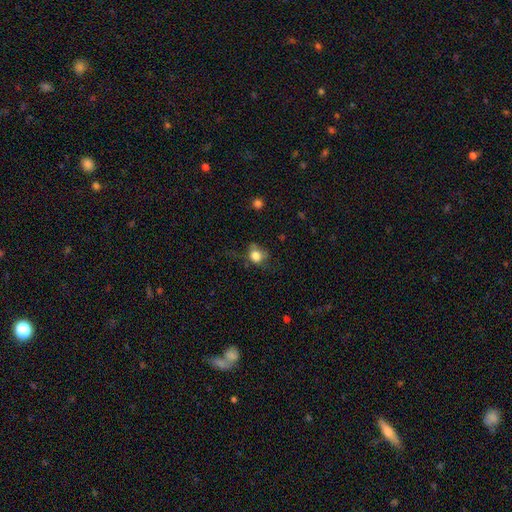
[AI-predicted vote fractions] smooth 77%, featured or disk 12%, star or artifact 11%. Down the decision tree: how rounded — round (60%); merging — none (47%).